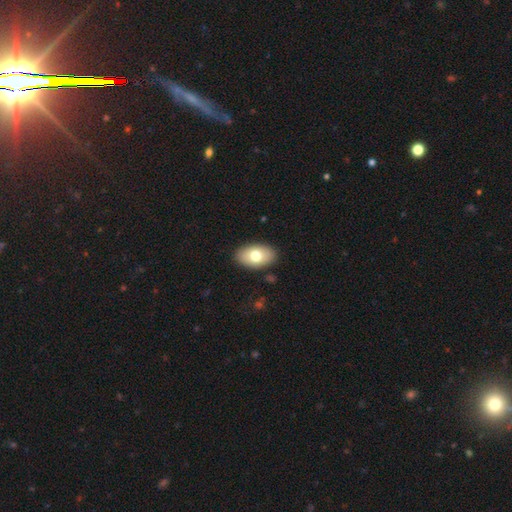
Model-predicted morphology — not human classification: This appears to be a smooth galaxy with no disk features (74%) that is in between round and cigar-shaped (93%). Merging: none (88%).